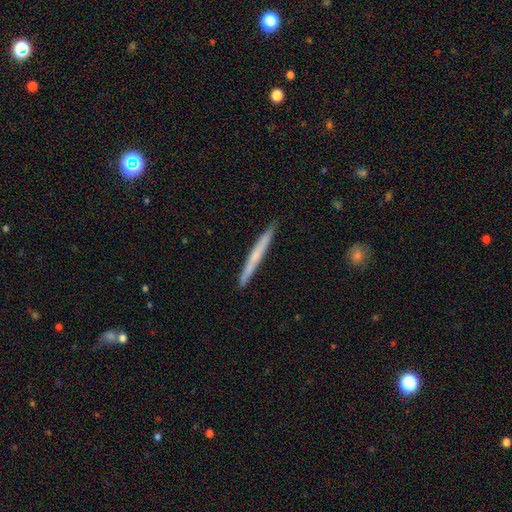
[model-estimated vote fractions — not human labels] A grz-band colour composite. It shows a smooth galaxy with no disk features (50%). Merging: none (91%).